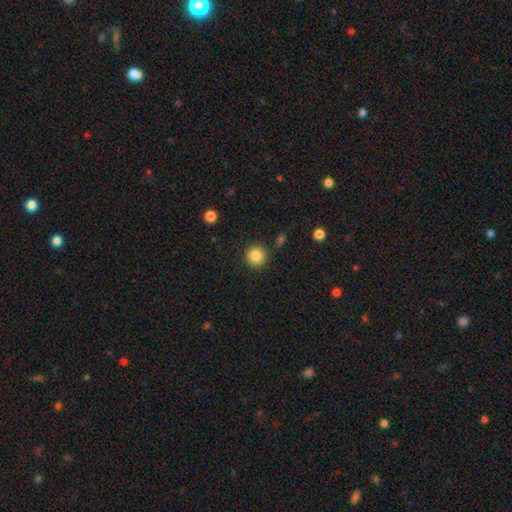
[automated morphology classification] The model was most divided on "smooth or featured": smooth: 86%, star or artifact: 9%, featured or disk: 5%. More confident: how rounded — round (94%); merging — none (89%).